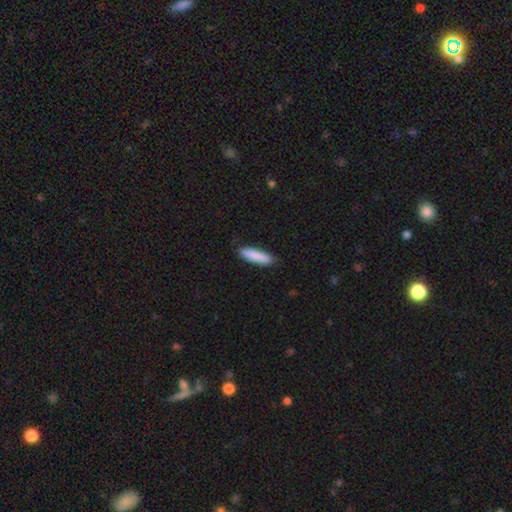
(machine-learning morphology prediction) Q: Smooth or featured?
A: smooth (88%); runner-up: featured or disk (7%)
Q: How rounded?
A: cigar-shaped (76%); runner-up: in between (23%)
Q: Merging?
A: none (87%); runner-up: minor disturbance (10%)